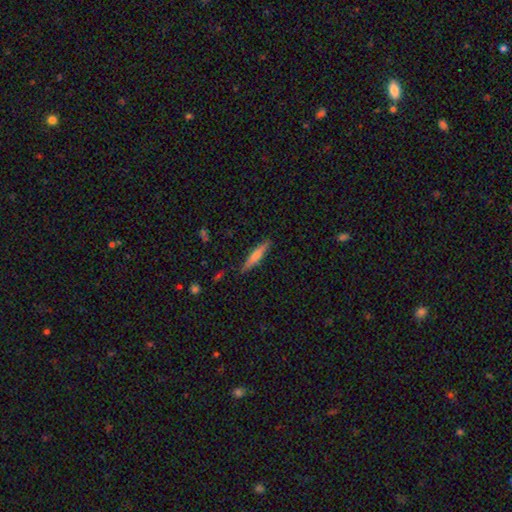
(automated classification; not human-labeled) Q: Smooth or featured?
A: smooth (62%); runner-up: featured or disk (30%)
Q: How rounded?
A: cigar-shaped (85%); runner-up: in between (13%)
Q: Merging?
A: none (84%); runner-up: minor disturbance (12%)